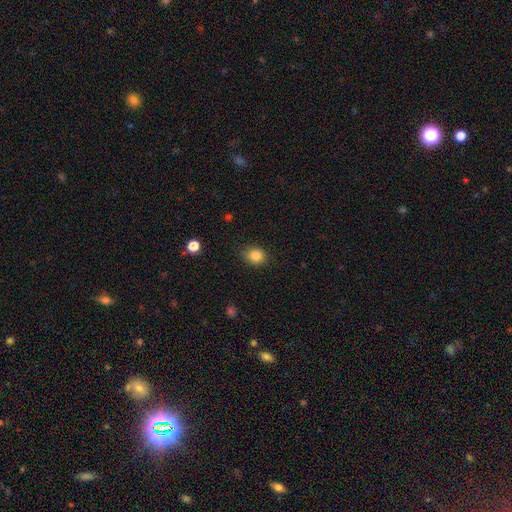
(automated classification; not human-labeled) Q: Smooth or featured?
A: smooth (84%); runner-up: star or artifact (10%)
Q: How rounded?
A: round (66%); runner-up: in between (33%)
Q: Merging?
A: none (81%); runner-up: minor disturbance (14%)